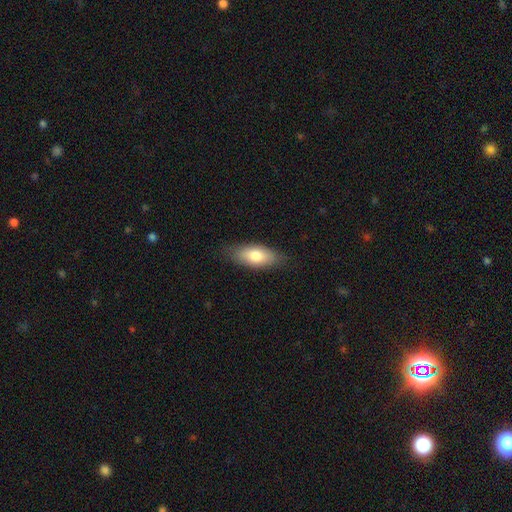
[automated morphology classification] type=smooth (77%); roundness=in between (82%); merging=none (81%).